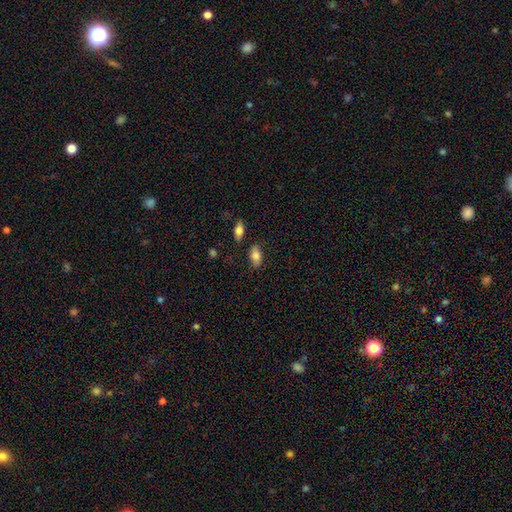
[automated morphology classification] The model was most divided on "merging": none: 75%, minor disturbance: 17%, major disturbance: 4%, merger: 4%. More confident: how rounded — in between (89%); smooth or featured — smooth (77%).